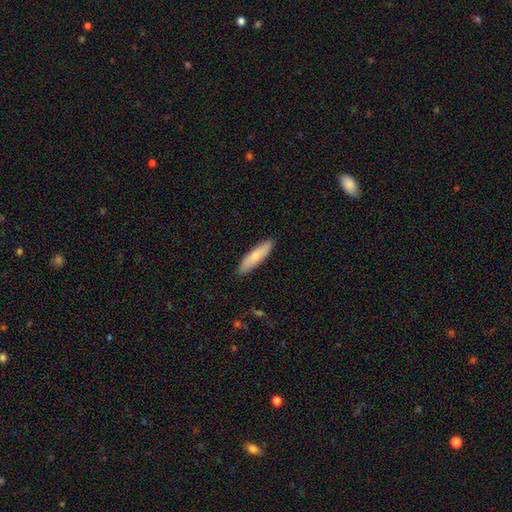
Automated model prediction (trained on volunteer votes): smooth_or_featured: smooth (p=0.73) [alt: featured or disk p=0.21]
how_rounded: cigar-shaped (p=0.72) [alt: in between p=0.27]
merging: none (p=0.90) [alt: minor disturbance p=0.08]